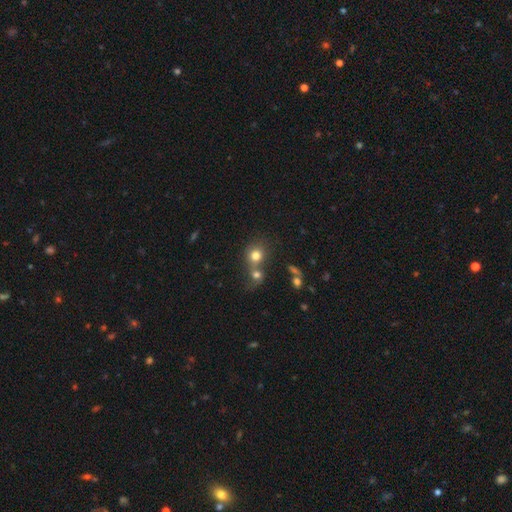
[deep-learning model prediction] smooth-or-featured: smooth: 76% | star or artifact: 12% | featured or disk: 12%
  how-rounded: round: 78% | in between: 21% | cigar-shaped: 1%
  merging: merger: 52% | none: 36% | minor disturbance: 7% | major disturbance: 5%